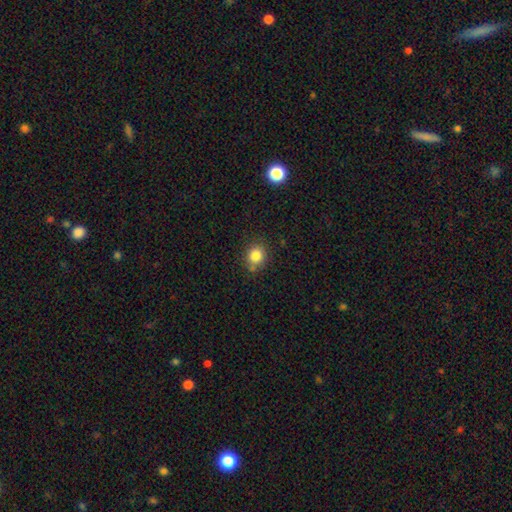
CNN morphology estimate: Smooth or featured? smooth (83%)
How rounded? round (82%)
Merging? none (77%)